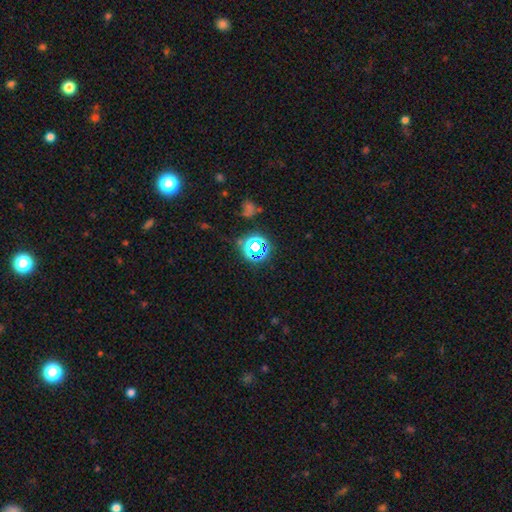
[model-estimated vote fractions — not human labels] Overall: star or artifact (67%).